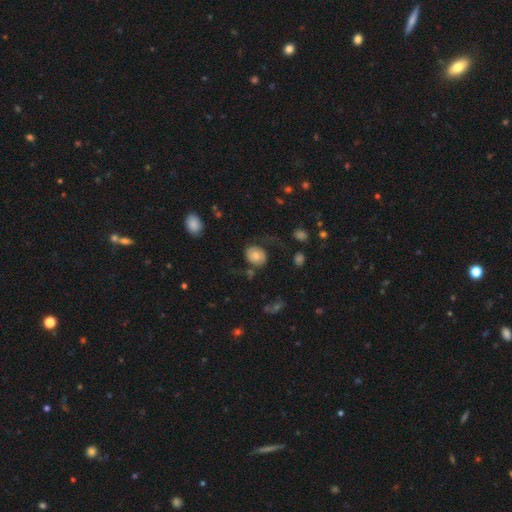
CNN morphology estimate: type=smooth (56%); roundness=in between (50%); merging=none (51%).